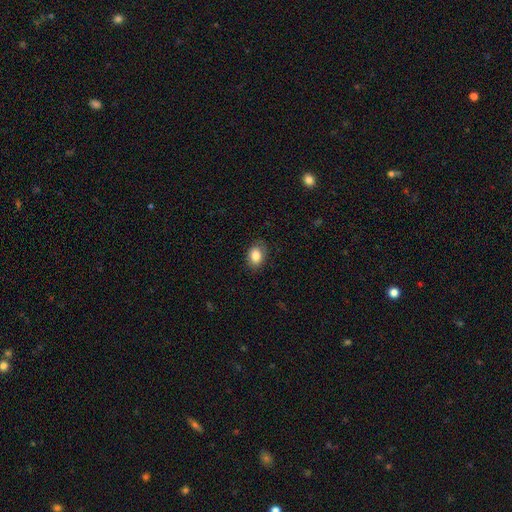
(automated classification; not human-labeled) smooth-or-featured: smooth: 84% | featured or disk: 8% | star or artifact: 8%
  how-rounded: in between: 80% | round: 19% | cigar-shaped: 1%
  merging: none: 82% | minor disturbance: 14% | major disturbance: 3% | merger: 1%